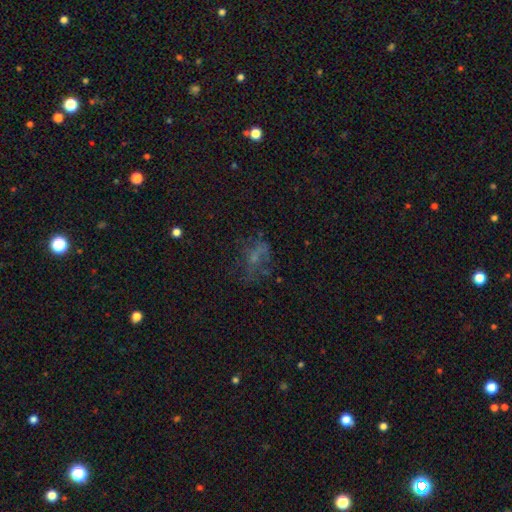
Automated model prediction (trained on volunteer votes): Overall: featured or disk (38%; smooth 34%). Merging: none (45%; major disturbance 31%).